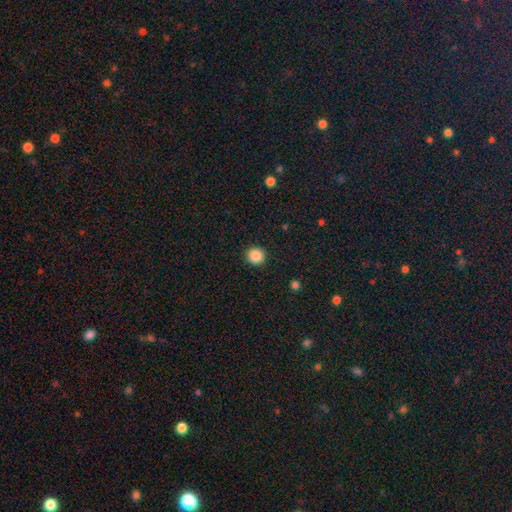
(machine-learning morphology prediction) Smooth or featured: smooth — 87% (star or artifact — 10%)
How rounded: round — 95% (in between — 4%)
Merging: none — 93% (minor disturbance — 4%)